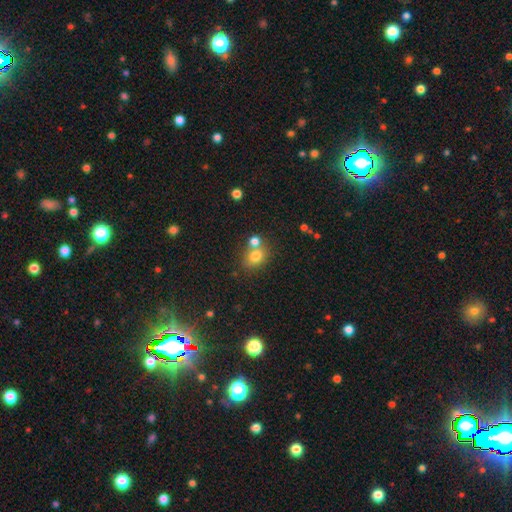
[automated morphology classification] The model was most divided on "merging": none: 52%, merger: 33%, minor disturbance: 11%, major disturbance: 4%. More confident: smooth or featured — smooth (76%); how rounded — round (59%).